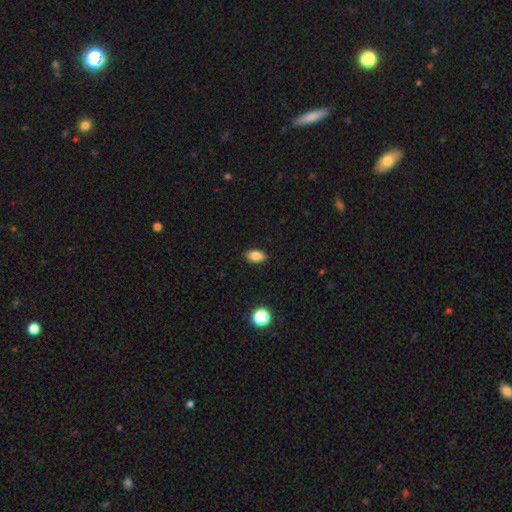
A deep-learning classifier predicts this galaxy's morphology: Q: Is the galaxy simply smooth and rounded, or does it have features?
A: smooth — 85%.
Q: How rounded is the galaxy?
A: in between — 90%.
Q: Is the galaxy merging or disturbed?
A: none — 89%.